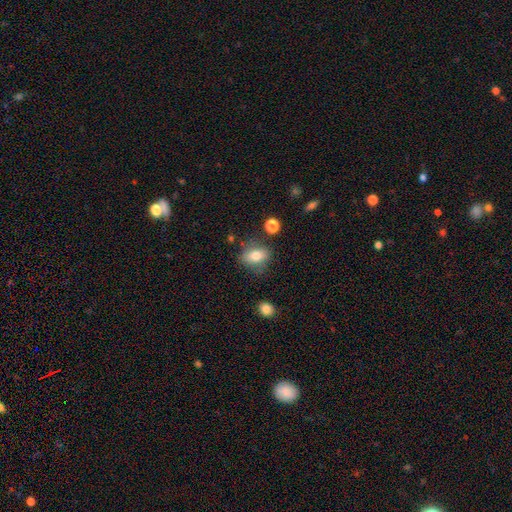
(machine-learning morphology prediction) This is likely a smooth galaxy (75%). How rounded: likely in between (71%). Merging: likely none (72%).